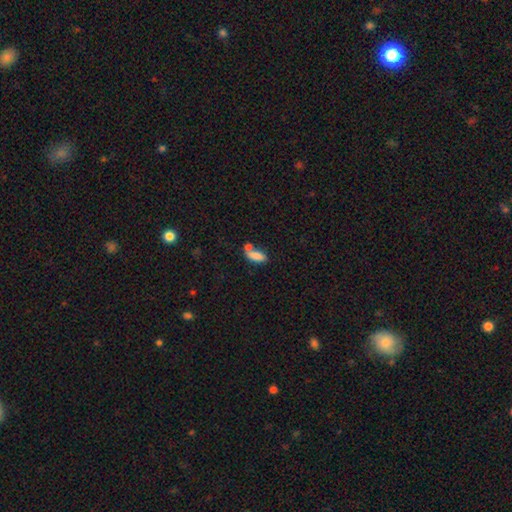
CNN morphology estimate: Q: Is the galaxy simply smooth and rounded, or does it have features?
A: smooth — 83%.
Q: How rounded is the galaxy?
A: in between — 75%.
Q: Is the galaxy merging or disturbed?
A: none — 43%.